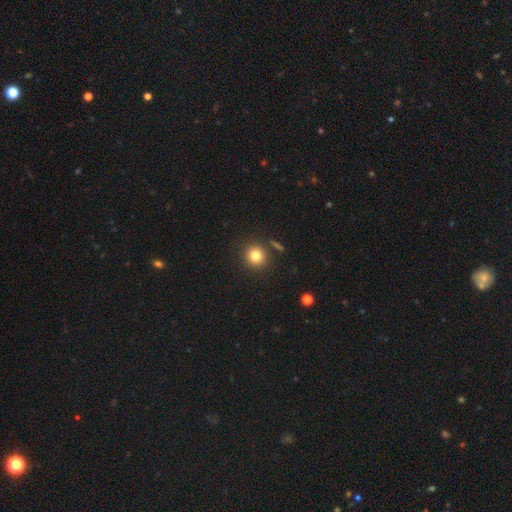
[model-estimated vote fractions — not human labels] Overall: smooth (80%). How rounded: round (92%). Merging: none (85%).